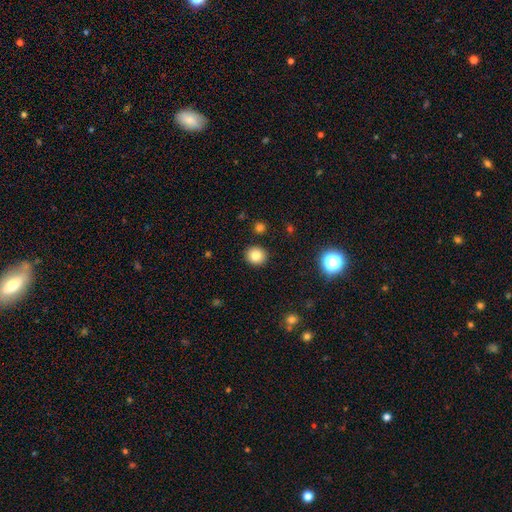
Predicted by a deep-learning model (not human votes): The model was most divided on "smooth or featured": smooth: 82%, star or artifact: 11%, featured or disk: 7%. More confident: merging — none (91%); how rounded — round (86%).